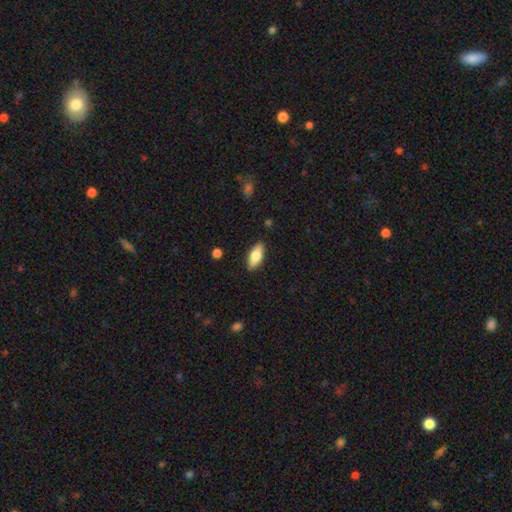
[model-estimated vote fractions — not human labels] Q: Smooth or featured?
A: smooth (72%); runner-up: featured or disk (22%)
Q: How rounded?
A: in between (76%); runner-up: cigar-shaped (21%)
Q: Merging?
A: none (88%); runner-up: minor disturbance (9%)